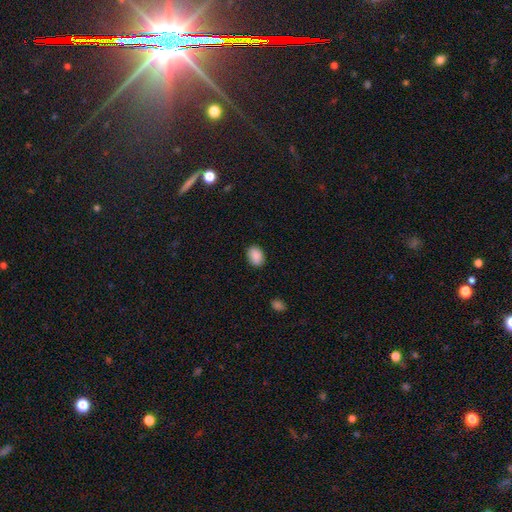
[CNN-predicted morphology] type=smooth (89%); roundness=in between (77%); merging=none (87%).